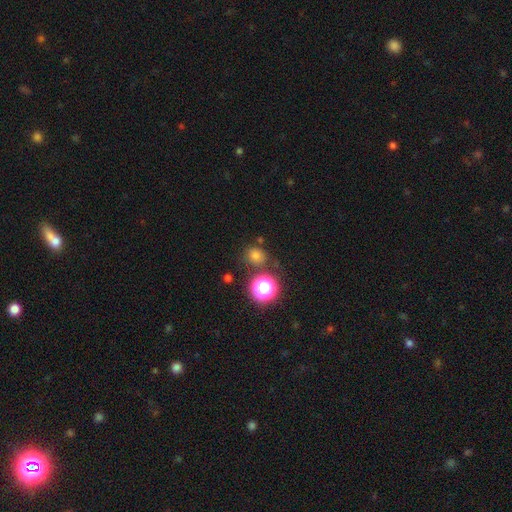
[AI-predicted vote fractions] Smooth or featured? Predicted: smooth (p=0.70). How rounded? Predicted: round (p=0.82). Merging? Predicted: none (p=0.78).